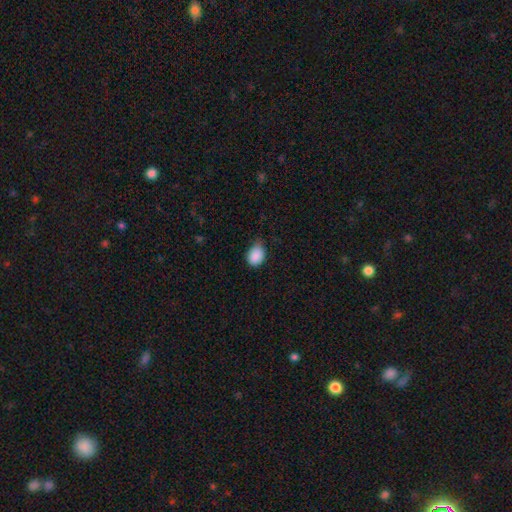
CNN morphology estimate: The model was most divided on "merging": none: 55%, minor disturbance: 38%, major disturbance: 6%, merger: 2%. More confident: smooth or featured — smooth (89%); how rounded — in between (68%).